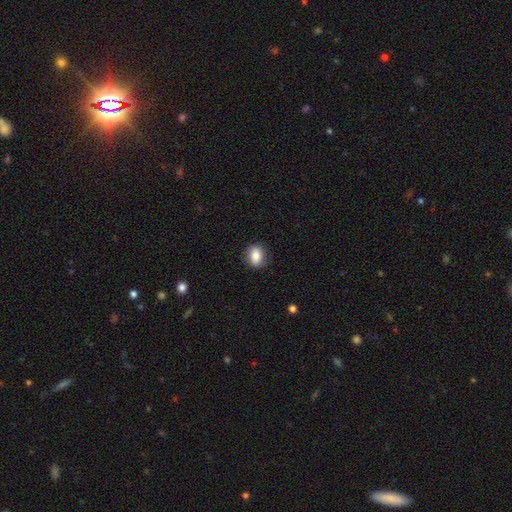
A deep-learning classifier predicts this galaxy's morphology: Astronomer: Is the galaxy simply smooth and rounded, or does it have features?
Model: smooth — 83%.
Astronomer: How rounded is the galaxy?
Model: in between — 65%.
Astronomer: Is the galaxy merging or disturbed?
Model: none — 86%.